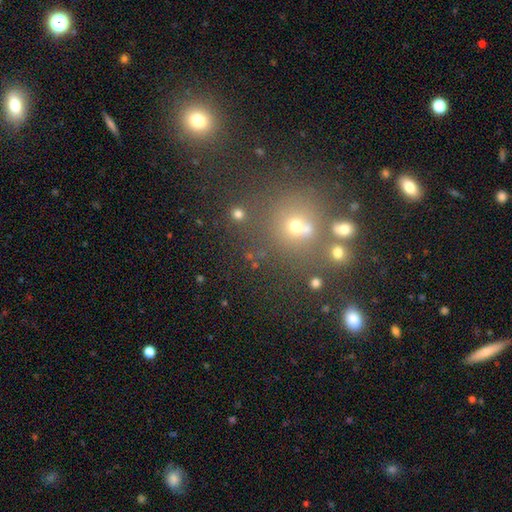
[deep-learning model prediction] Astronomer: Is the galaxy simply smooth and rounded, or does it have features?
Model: smooth — 46% (runner-up: star or artifact, 43%).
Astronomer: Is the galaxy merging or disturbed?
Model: none — 73%.